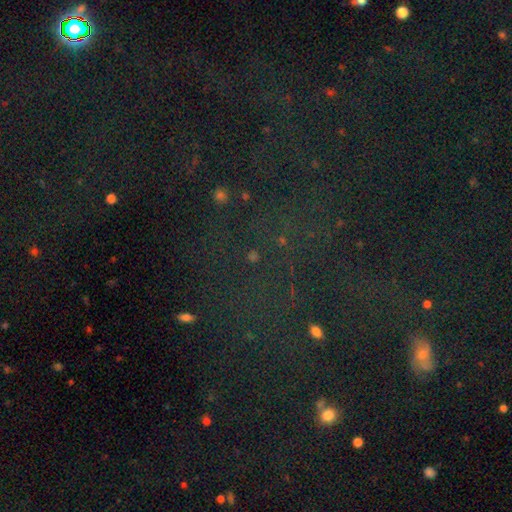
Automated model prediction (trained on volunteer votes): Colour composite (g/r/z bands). It shows a star or artifact, not a galaxy (72%).